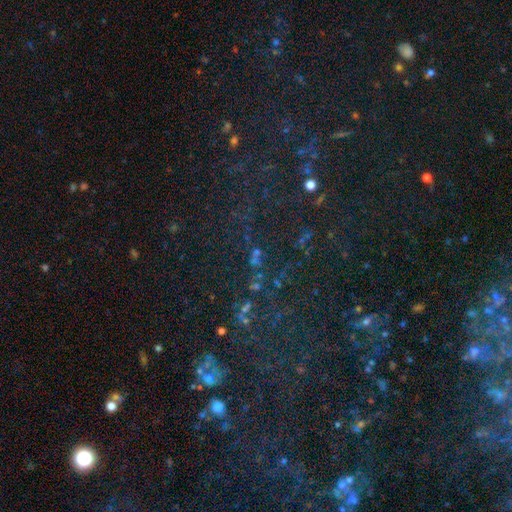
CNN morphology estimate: Q: Smooth or featured?
A: star or artifact (76%); runner-up: smooth (15%)